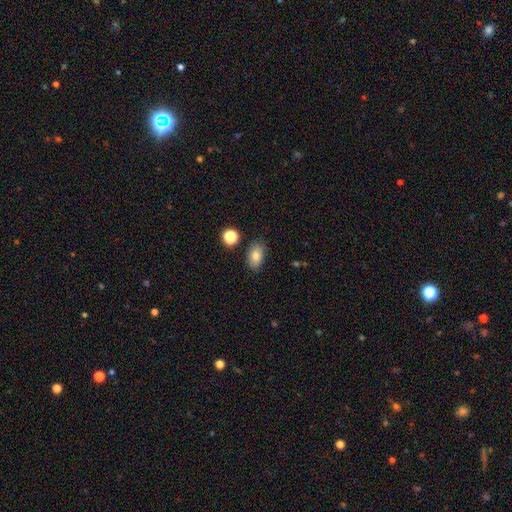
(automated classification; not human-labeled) Overall: smooth (80%). How rounded: in between (88%). Merging: none (82%).